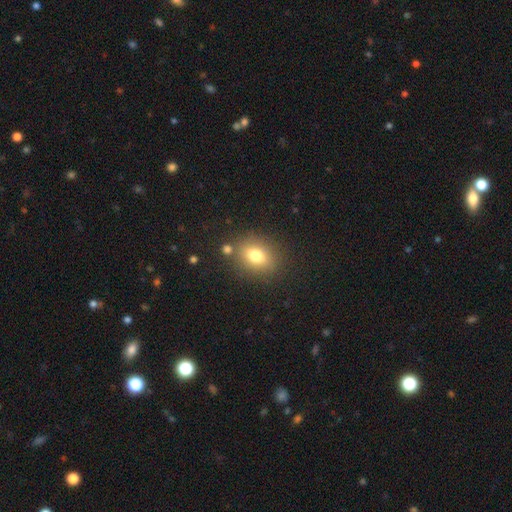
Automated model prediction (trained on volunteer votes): The model was most divided on "how rounded": in between: 57%, round: 41%, cigar-shaped: 2%. More confident: merging — none (79%); smooth or featured — smooth (76%).